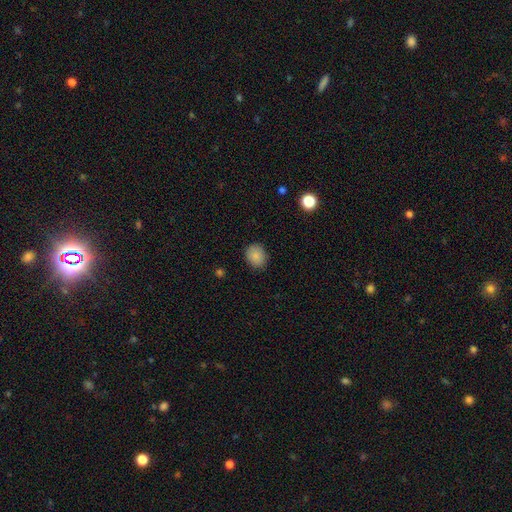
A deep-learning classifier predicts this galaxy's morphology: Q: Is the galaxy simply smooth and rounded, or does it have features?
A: smooth — 86%.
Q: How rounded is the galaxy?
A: round — 63%.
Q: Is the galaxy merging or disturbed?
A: none — 86%.